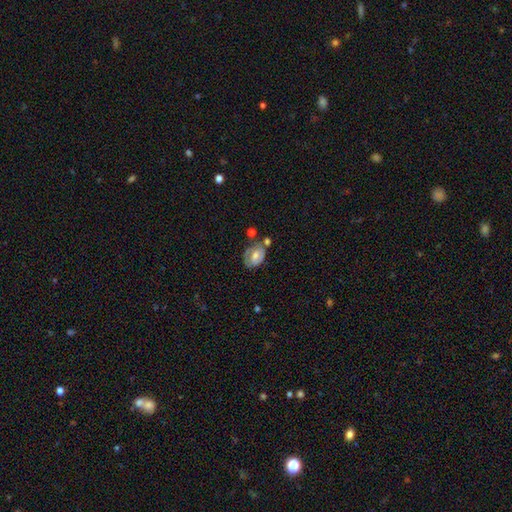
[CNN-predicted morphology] This is possibly a featured or disk galaxy (56%). It is clearly not viewed edge-on (96%). Bar: marginally weak (44%). Spiral arm pattern: likely yes (64%). Central bulge: possibly moderate (58%). Merging: possibly none (52%).